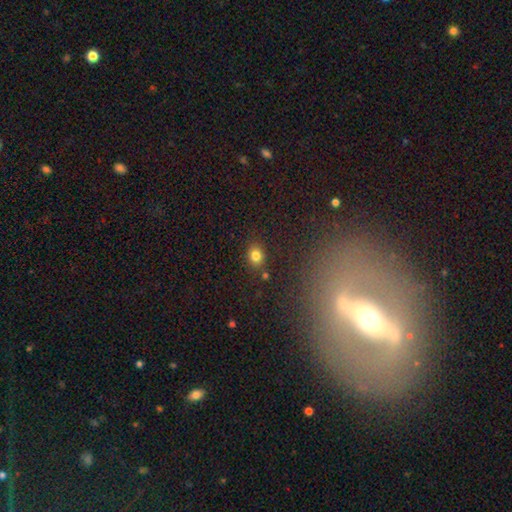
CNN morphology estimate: Smooth or featured? smooth (81%)
How rounded? round (55%)
Merging? none (83%)